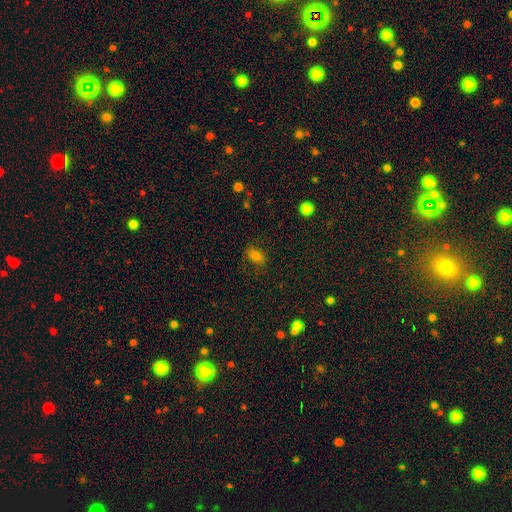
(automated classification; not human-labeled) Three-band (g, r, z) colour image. It shows a smooth galaxy with no disk features (77%) that is in between round and cigar-shaped (78%). Merging: none (78%).